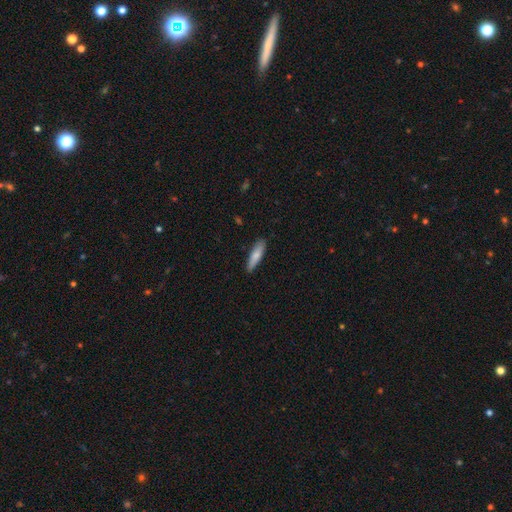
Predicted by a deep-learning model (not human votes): A smooth galaxy with no disk features (77%) that is cigar-shaped (73%). Merging: none (86%).